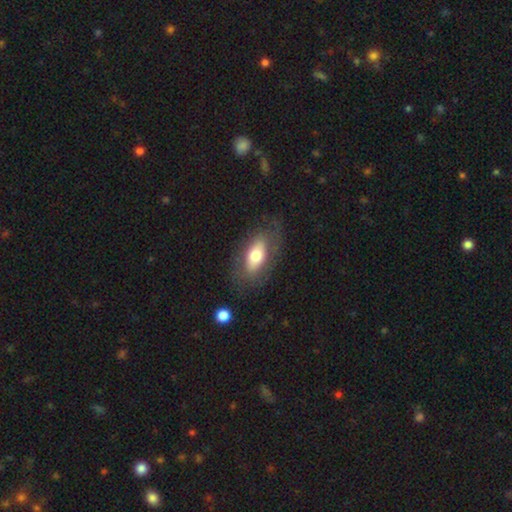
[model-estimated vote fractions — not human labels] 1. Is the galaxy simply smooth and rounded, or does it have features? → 62% smooth, 32% featured or disk, 7% star or artifact.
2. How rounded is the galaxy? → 87% in between, 8% cigar-shaped, 5% round.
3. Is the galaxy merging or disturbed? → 74% none, 16% minor disturbance, 9% major disturbance, 2% merger.